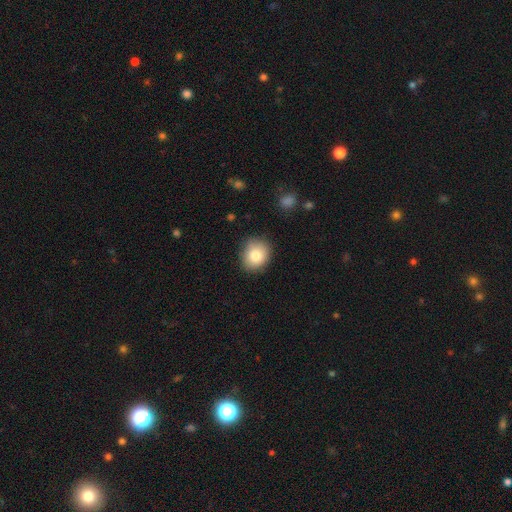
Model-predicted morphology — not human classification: smooth 81%, featured or disk 10%, star or artifact 9%. Down the decision tree: how rounded — round (73%); merging — none (83%).